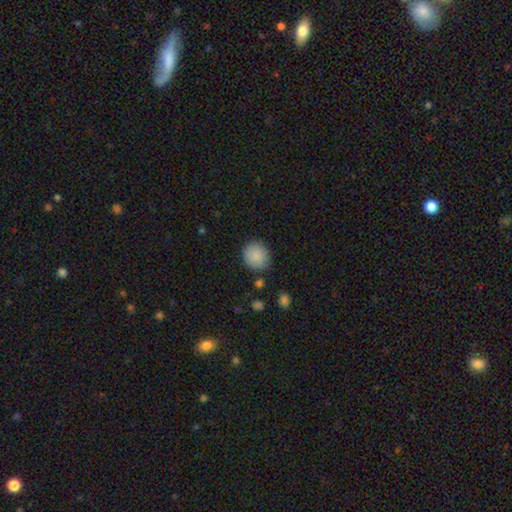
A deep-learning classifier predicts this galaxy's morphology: This appears to be a smooth galaxy with no disk features (87%) that is round (85%). Merging: none (84%).